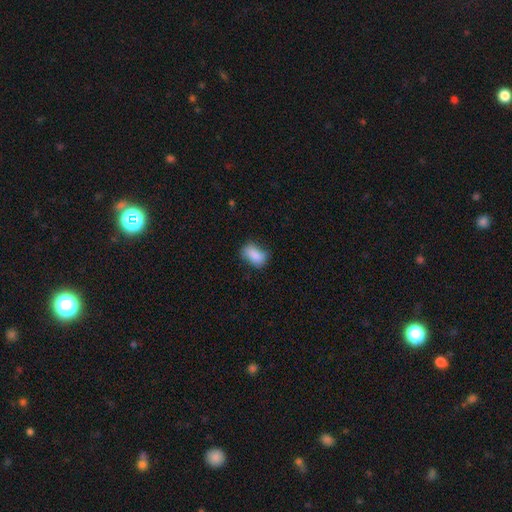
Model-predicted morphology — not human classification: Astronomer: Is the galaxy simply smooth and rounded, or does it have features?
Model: smooth — 85%.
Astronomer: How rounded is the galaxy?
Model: in between — 86%.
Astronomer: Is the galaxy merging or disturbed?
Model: none — 61%.